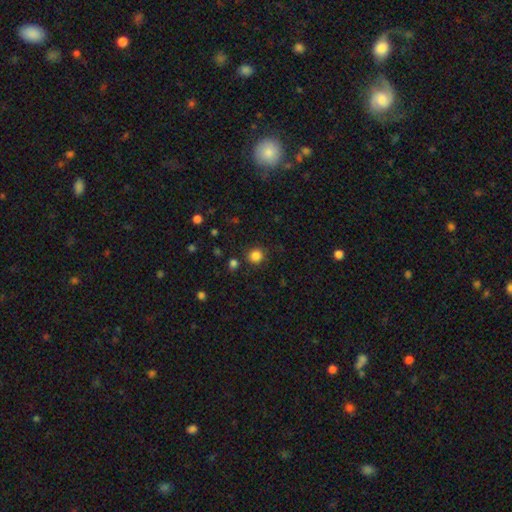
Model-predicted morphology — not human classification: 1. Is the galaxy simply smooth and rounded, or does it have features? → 84% smooth, 13% star or artifact, 3% featured or disk.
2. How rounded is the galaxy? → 91% round, 8% in between, 1% cigar-shaped.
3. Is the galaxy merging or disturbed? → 86% none, 8% minor disturbance, 3% merger, 3% major disturbance.